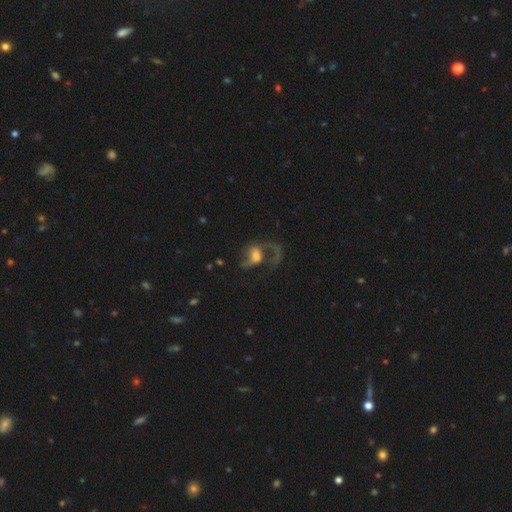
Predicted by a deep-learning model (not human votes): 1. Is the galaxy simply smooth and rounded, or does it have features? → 68% featured or disk, 23% smooth, 10% star or artifact.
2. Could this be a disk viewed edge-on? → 96% no, 4% yes.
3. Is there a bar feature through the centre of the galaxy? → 45% no, 40% weak, 16% strong.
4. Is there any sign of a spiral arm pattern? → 81% yes, 19% no.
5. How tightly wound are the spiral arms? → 71% loose, 24% medium, 5% tight.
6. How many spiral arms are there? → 61% 2, 31% 1, 4% can't tell, 1% 3, 1% 4, 1% more than 4.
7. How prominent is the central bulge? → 40% moderate, 24% large, 21% small, 11% none, 4% dominant.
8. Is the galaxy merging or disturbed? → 44% major disturbance, 38% none, 13% minor disturbance, 5% merger.